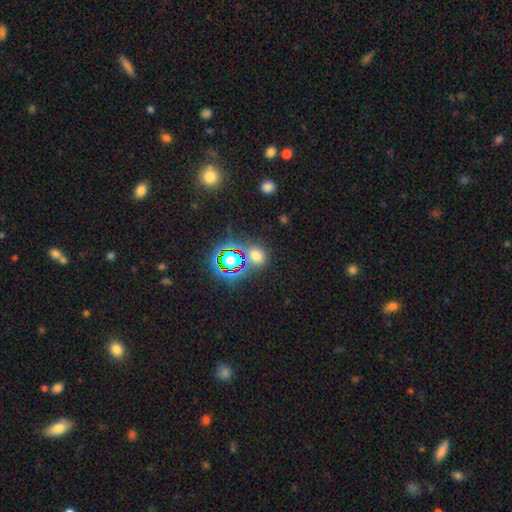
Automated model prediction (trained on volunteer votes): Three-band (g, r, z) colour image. It shows a smooth galaxy with no disk features (55%) that is round (68%). Merging: none (74%).